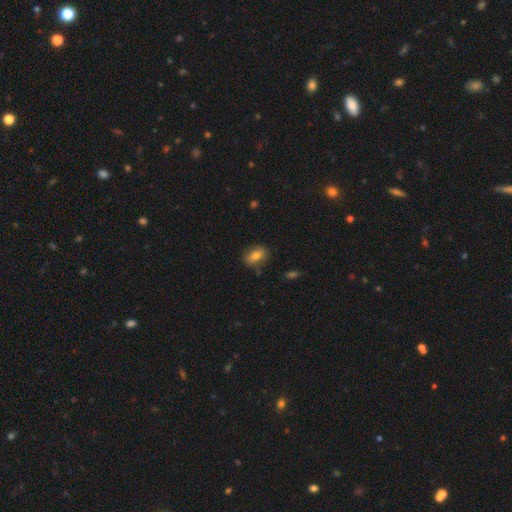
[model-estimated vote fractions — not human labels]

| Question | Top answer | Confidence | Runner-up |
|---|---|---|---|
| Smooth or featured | smooth | 76% | featured or disk (15%) |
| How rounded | in between | 80% | round (17%) |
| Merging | none | 82% | minor disturbance (13%) |